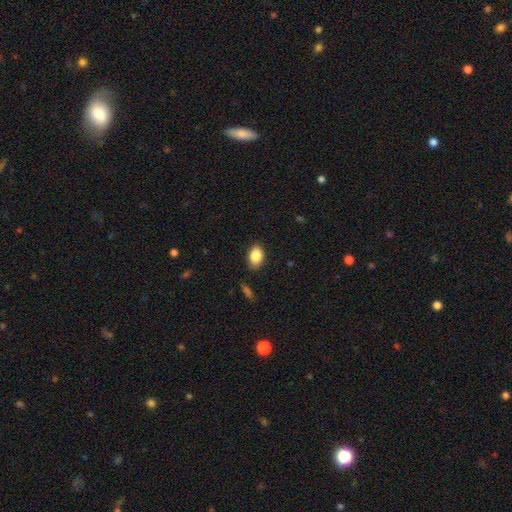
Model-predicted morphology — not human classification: smooth_or_featured: smooth (p=0.85) [alt: star or artifact p=0.08]
how_rounded: in between (p=0.85) [alt: round p=0.13]
merging: none (p=0.85) [alt: minor disturbance p=0.11]